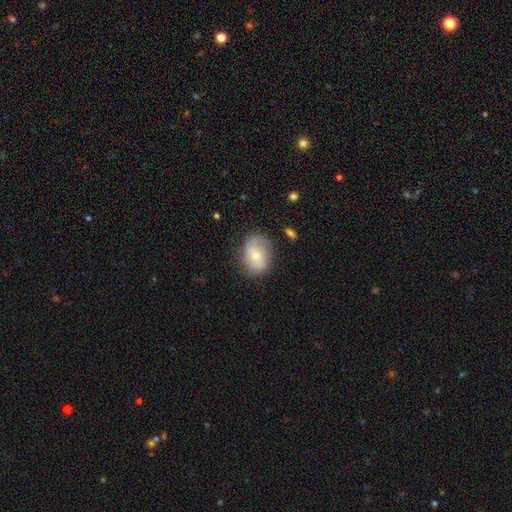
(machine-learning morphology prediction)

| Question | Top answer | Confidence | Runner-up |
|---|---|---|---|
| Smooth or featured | featured or disk | 48% | smooth (45%) |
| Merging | none | 64% | minor disturbance (24%) |